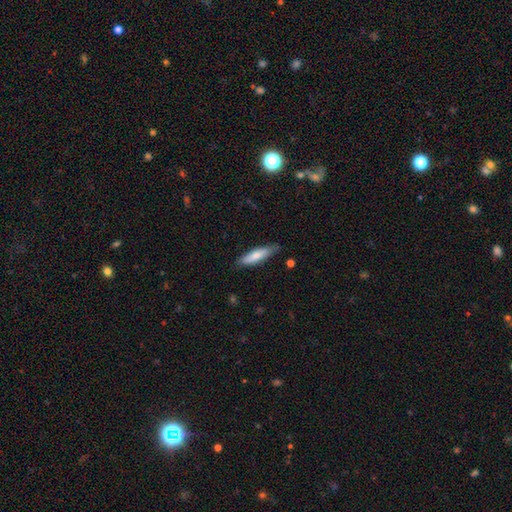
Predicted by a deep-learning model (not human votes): Smooth or featured? Predicted: smooth (p=0.75). How rounded? Predicted: cigar-shaped (p=0.71). Merging? Predicted: none (p=0.78).